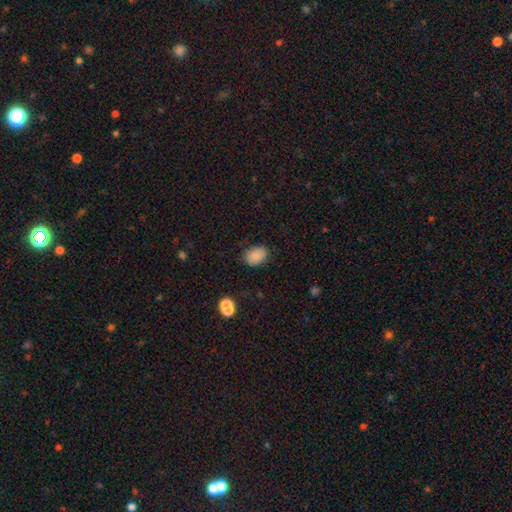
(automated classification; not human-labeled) Morphology: type=smooth (85%); roundness=in between (73%); merging=none (81%).